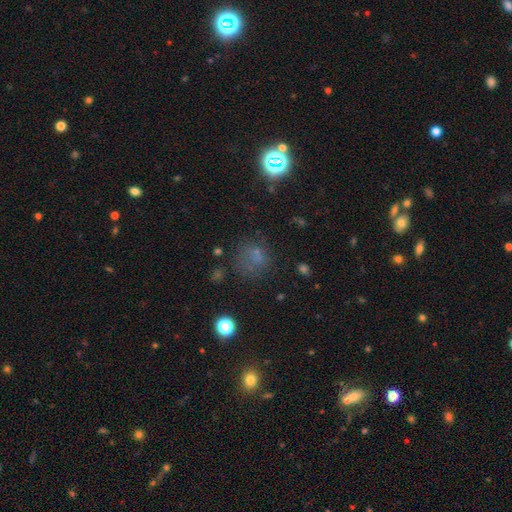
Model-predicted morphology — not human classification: A smooth galaxy with no disk features (51%) that is round (74%). Merging: none (56%).